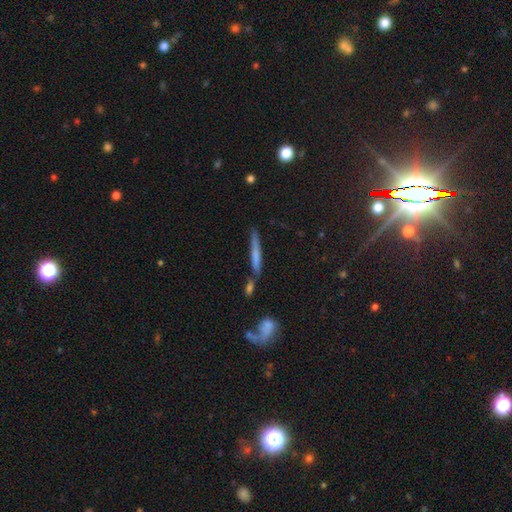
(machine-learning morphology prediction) A smooth galaxy with no disk features (59%) that is cigar-shaped (93%). Merging: none (68%).